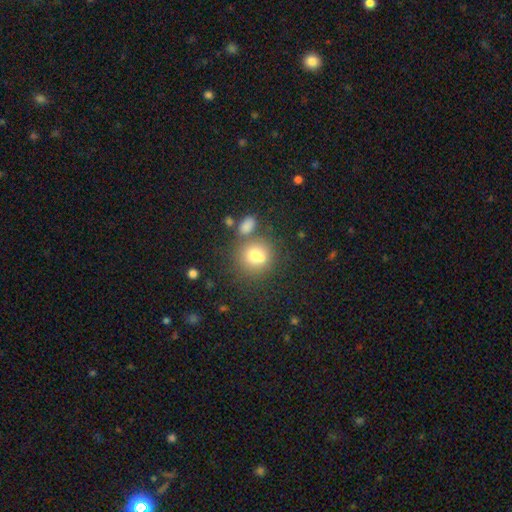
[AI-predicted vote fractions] smooth-or-featured: smooth: 72% | featured or disk: 16% | star or artifact: 12%
  how-rounded: round: 79% | in between: 19% | cigar-shaped: 1%
  merging: none: 51% | merger: 33% | minor disturbance: 11% | major disturbance: 5%